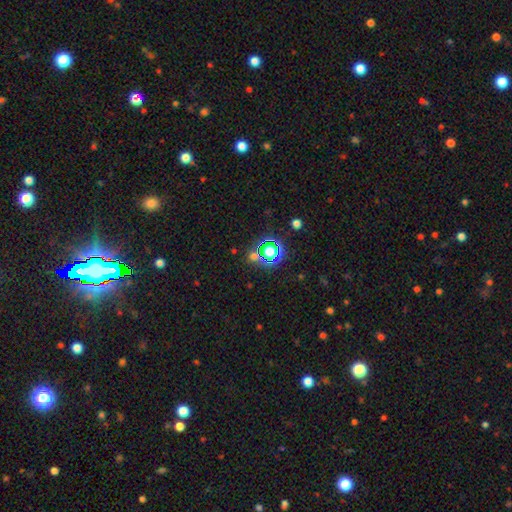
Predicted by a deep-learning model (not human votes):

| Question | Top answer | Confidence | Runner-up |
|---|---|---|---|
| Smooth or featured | star or artifact | 67% | smooth (24%) |